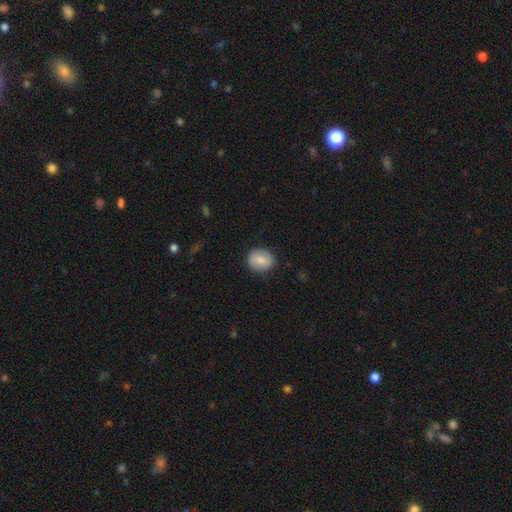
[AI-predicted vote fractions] The model was most divided on "how rounded": round: 66%, in between: 33%, cigar-shaped: 1%. More confident: merging — none (87%); smooth or featured — smooth (69%).